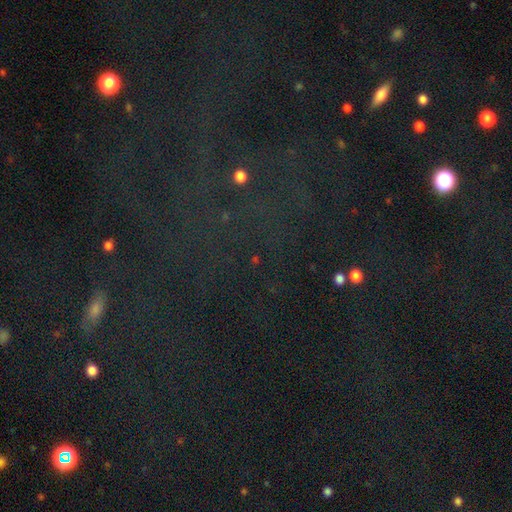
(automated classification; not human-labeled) This is likely a star or artifact rather than a galaxy (77%).